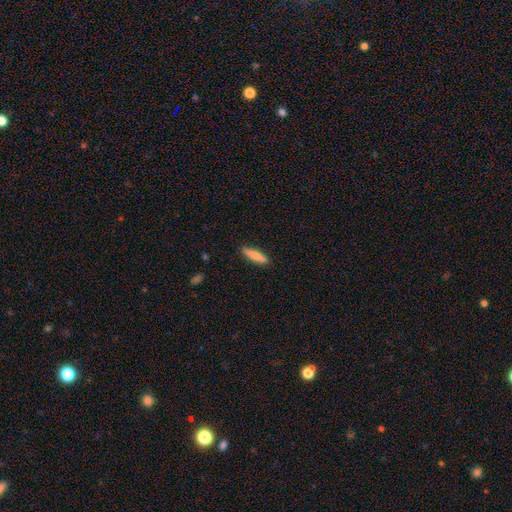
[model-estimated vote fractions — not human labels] Smooth or featured? smooth (77%)
How rounded? cigar-shaped (77%)
Merging? none (89%)